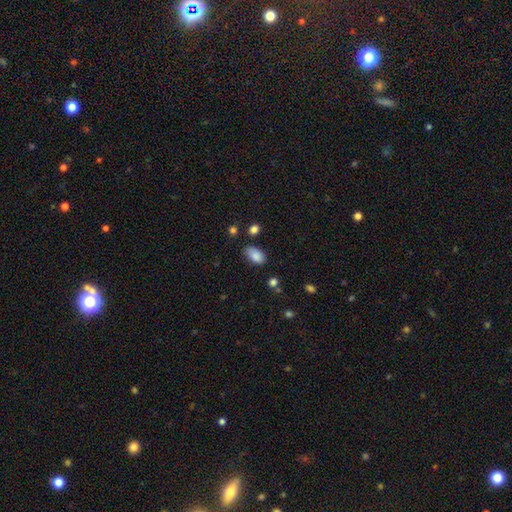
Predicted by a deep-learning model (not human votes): Smooth or featured: smooth — 86% (star or artifact — 8%)
How rounded: in between — 92% (round — 6%)
Merging: none — 59% (minor disturbance — 31%)